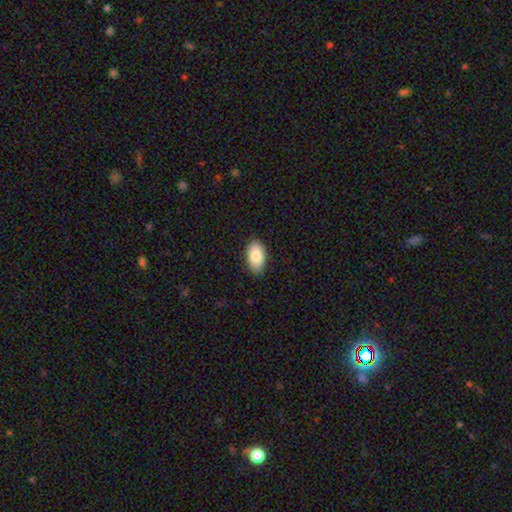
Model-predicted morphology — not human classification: Q: Smooth or featured?
A: smooth (86%); runner-up: featured or disk (7%)
Q: How rounded?
A: in between (95%); runner-up: round (3%)
Q: Merging?
A: none (87%); runner-up: minor disturbance (10%)